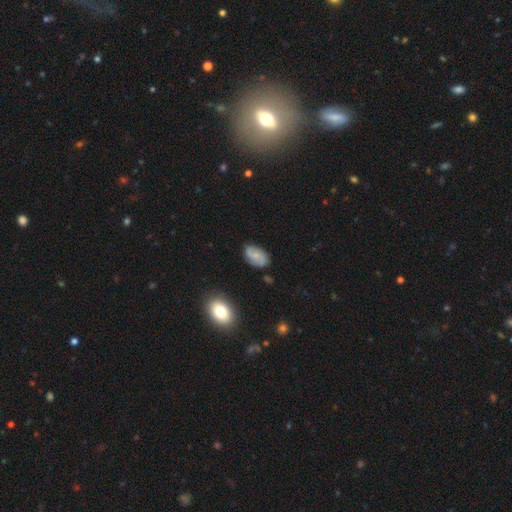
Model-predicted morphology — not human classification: A featured or disk galaxy (47%). Merging: none (76%).